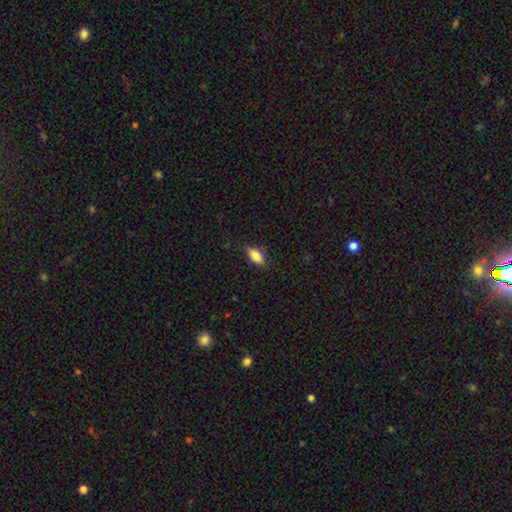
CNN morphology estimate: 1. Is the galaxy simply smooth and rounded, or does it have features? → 82% smooth, 10% featured or disk, 8% star or artifact.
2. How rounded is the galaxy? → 85% in between, 11% cigar-shaped, 4% round.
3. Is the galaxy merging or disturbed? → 79% none, 16% minor disturbance, 3% major disturbance, 1% merger.